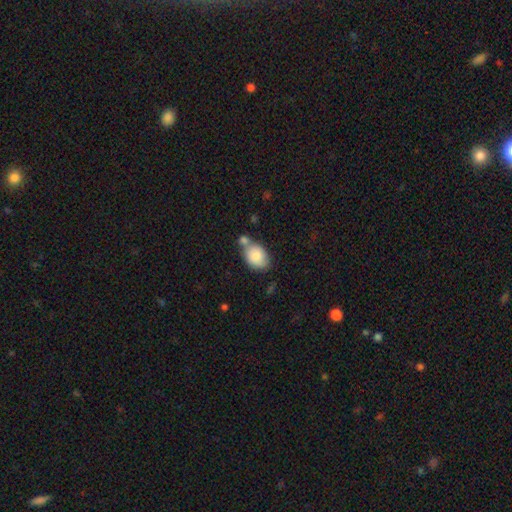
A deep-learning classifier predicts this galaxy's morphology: smooth_or_featured: smooth (p=0.83) [alt: featured or disk p=0.10]
how_rounded: in between (p=0.79) [alt: round p=0.20]
merging: none (p=0.48) [alt: merger p=0.29]